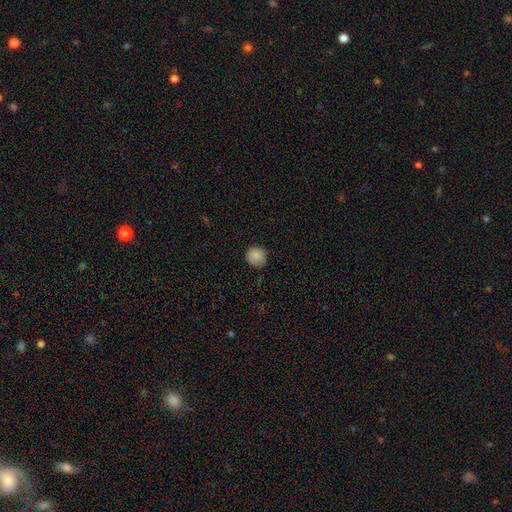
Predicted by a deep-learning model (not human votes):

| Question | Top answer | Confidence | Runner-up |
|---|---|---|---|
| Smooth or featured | smooth | 86% | star or artifact (9%) |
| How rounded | round | 89% | in between (10%) |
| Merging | none | 84% | minor disturbance (13%) |